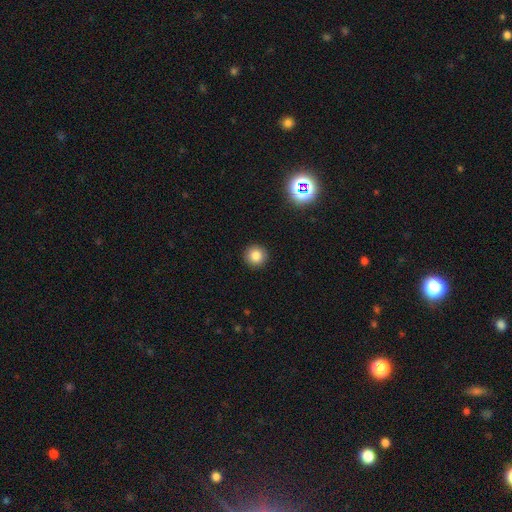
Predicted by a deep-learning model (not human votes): smooth-or-featured: smooth: 82% | star or artifact: 12% | featured or disk: 6%
  how-rounded: round: 95% | in between: 4% | cigar-shaped: 1%
  merging: none: 93% | minor disturbance: 5% | major disturbance: 2% | merger: 1%